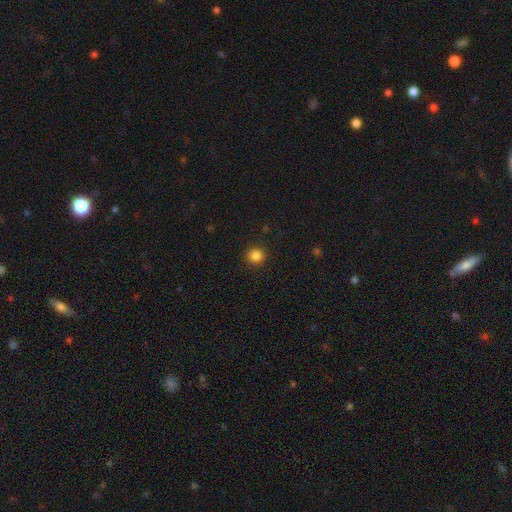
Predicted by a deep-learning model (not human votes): Overall: smooth (84%). How rounded: round (90%). Merging: none (92%).